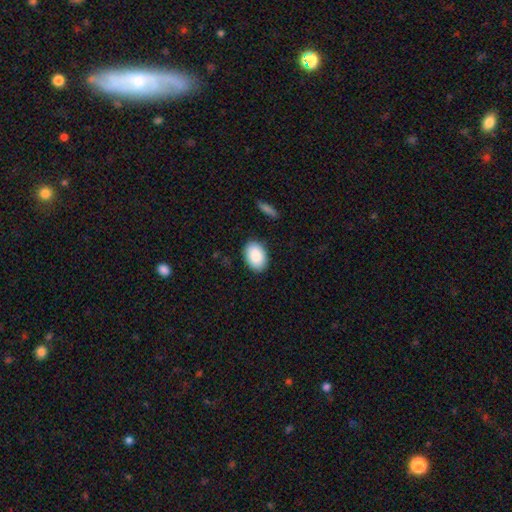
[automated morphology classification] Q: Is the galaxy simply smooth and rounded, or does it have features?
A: smooth — 89%.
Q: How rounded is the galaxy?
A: in between — 88%.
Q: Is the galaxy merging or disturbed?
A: none — 87%.